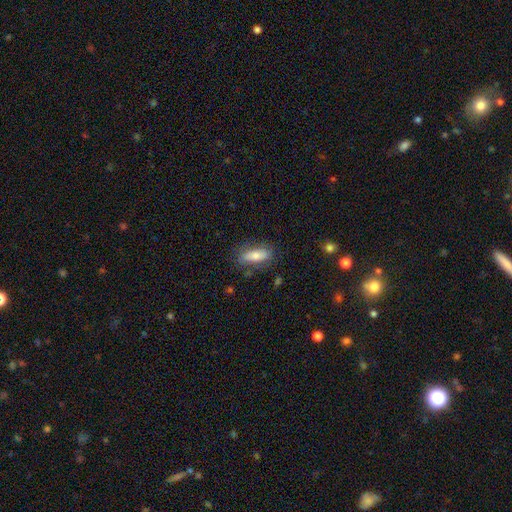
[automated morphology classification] type=smooth (67%); roundness=in between (67%); merging=none (79%).